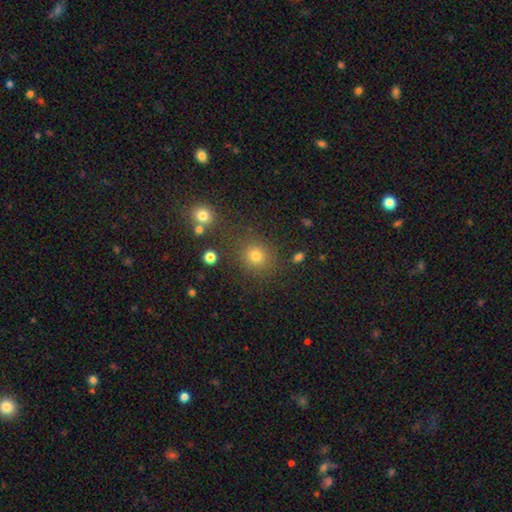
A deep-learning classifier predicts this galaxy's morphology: smooth_or_featured: smooth (p=0.76) [alt: star or artifact p=0.17]
how_rounded: round (p=0.85) [alt: in between p=0.14]
merging: none (p=0.81) [alt: minor disturbance p=0.09]